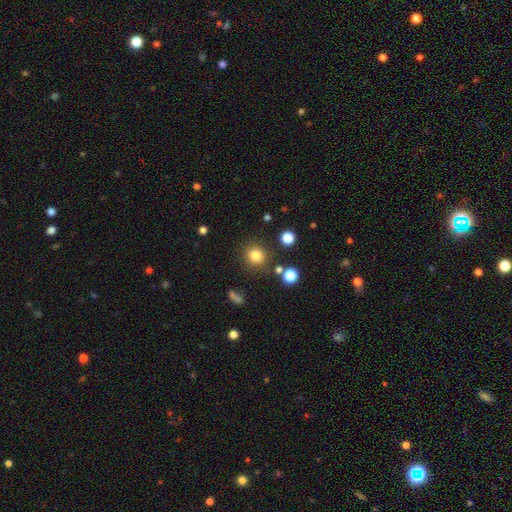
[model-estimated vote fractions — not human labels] The model was most divided on "smooth or featured": smooth: 81%, star or artifact: 13%, featured or disk: 6%. More confident: how rounded — round (91%); merging — none (83%).